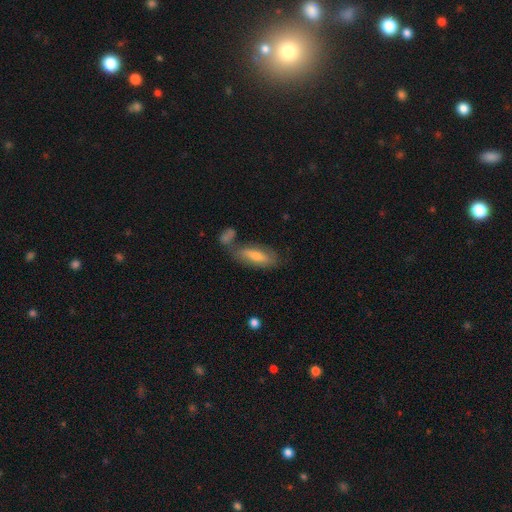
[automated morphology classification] Smooth or featured: smooth — 60% (featured or disk — 33%)
How rounded: in between — 59% (cigar-shaped — 38%)
Merging: none — 57% (minor disturbance — 18%)